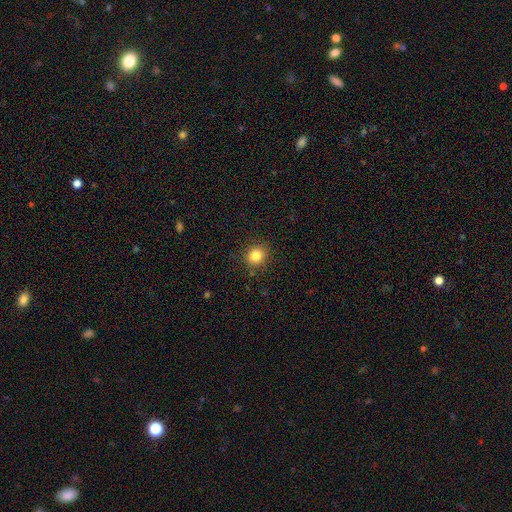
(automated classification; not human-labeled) This appears to be a smooth galaxy with no disk features (83%) that is round (78%). Merging: none (88%).